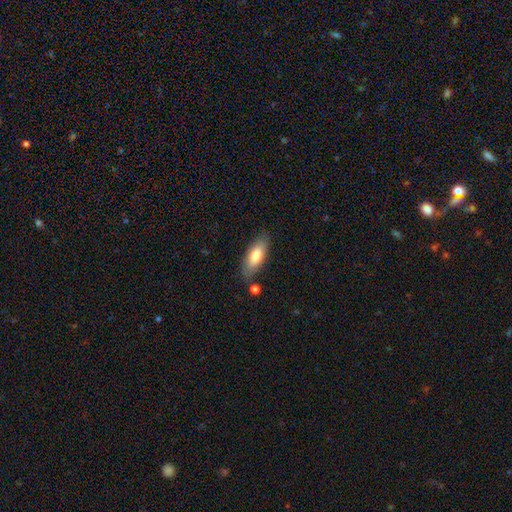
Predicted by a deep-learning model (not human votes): Q: Smooth or featured?
A: smooth (77%); runner-up: featured or disk (17%)
Q: How rounded?
A: in between (74%); runner-up: cigar-shaped (24%)
Q: Merging?
A: none (77%); runner-up: minor disturbance (15%)